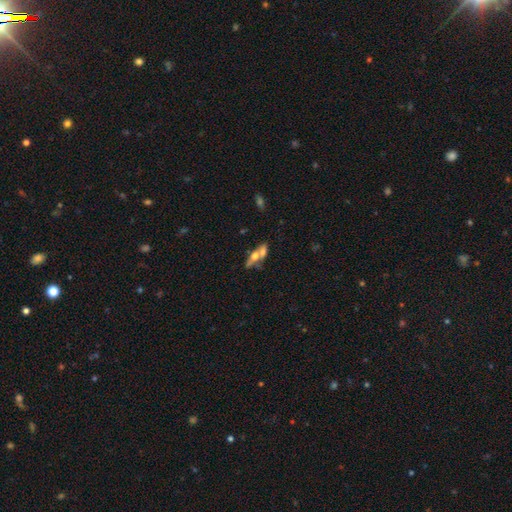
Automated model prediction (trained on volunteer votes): The model was most divided on "smooth or featured": featured or disk: 50%, smooth: 41%, star or artifact: 8%. Remaining: edge-on disk — yes (61%); merging — merger (47%).